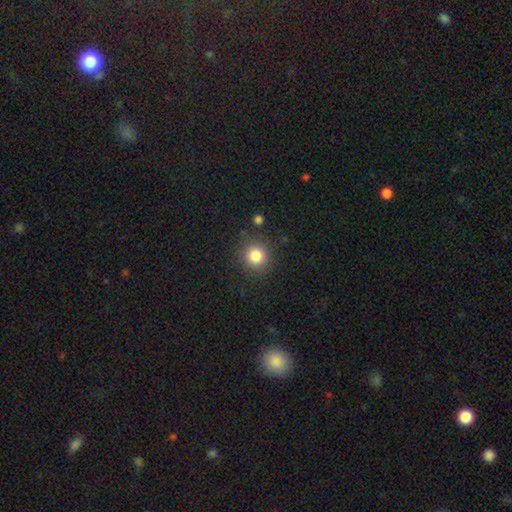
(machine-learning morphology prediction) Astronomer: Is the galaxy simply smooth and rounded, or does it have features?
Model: smooth — 83%.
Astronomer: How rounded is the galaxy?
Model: round — 93%.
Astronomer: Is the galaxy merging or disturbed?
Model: none — 86%.